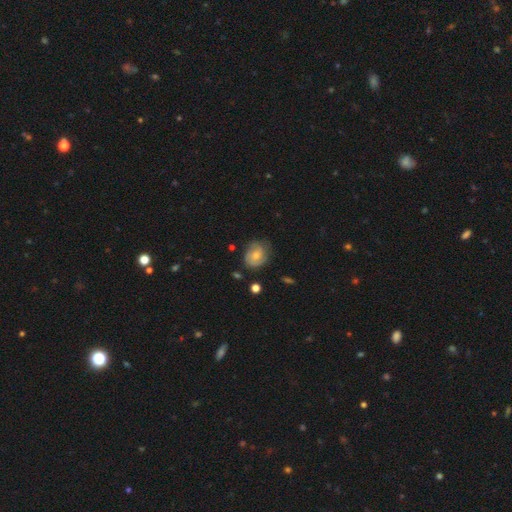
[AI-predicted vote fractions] The model was most divided on "bulge size": moderate: 49%, small: 44%, none: 3%, large: 3%, dominant: 1%. More confident: edge-on disk — no (97%); spiral arms — yes (87%); bar — no (71%); merging — none (70%); smooth or featured — featured or disk (57%).